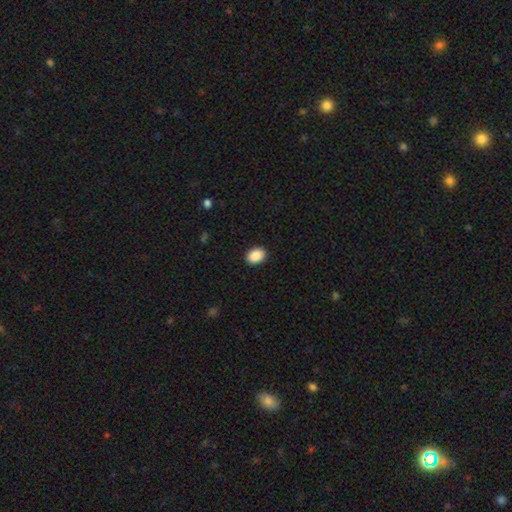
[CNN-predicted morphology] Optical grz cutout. It shows a smooth galaxy with no disk features (90%) that is in between round and cigar-shaped (70%). Merging: none (91%).